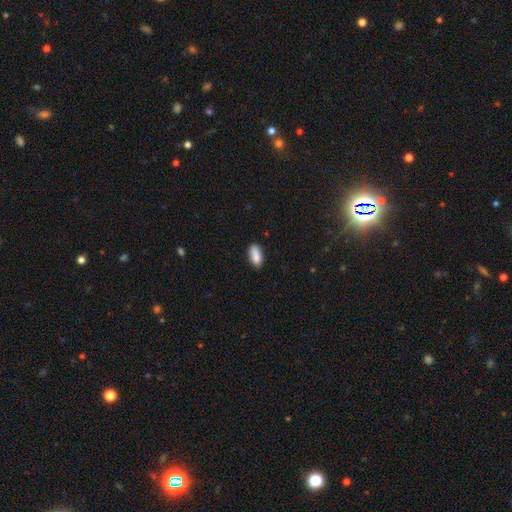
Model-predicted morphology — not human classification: Smooth or featured?
  - smooth: 88% *
  - star or artifact: 7%
  - featured or disk: 5%
How rounded?
  - in between: 88% *
  - cigar-shaped: 10%
  - round: 2%
Merging?
  - none: 82% *
  - minor disturbance: 14%
  - major disturbance: 2%
  - merger: 2%